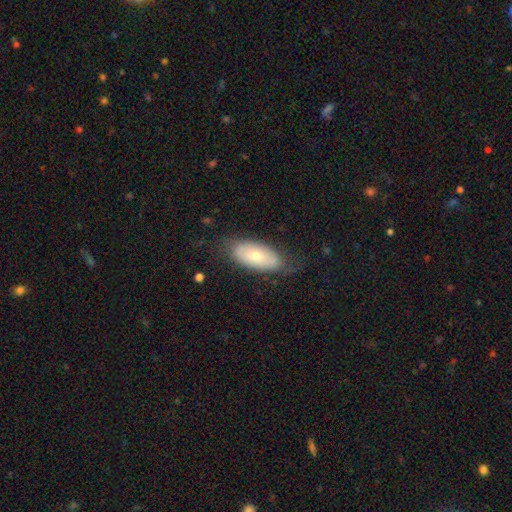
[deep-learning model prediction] Morphology: type=smooth (64%); roundness=in between (90%); merging=none (71%).